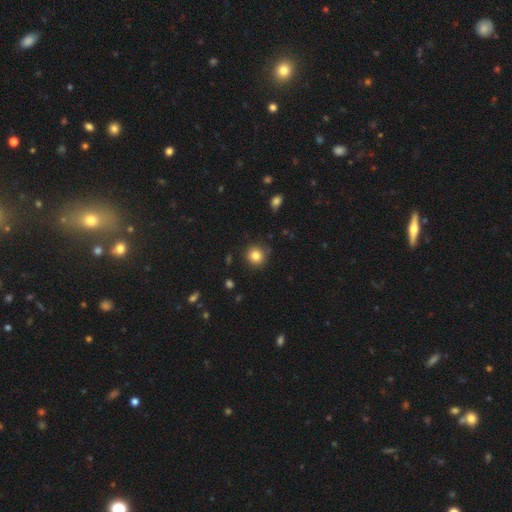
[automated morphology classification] This is clearly a smooth galaxy (83%). How rounded: clearly round (92%). Merging: clearly none (86%).